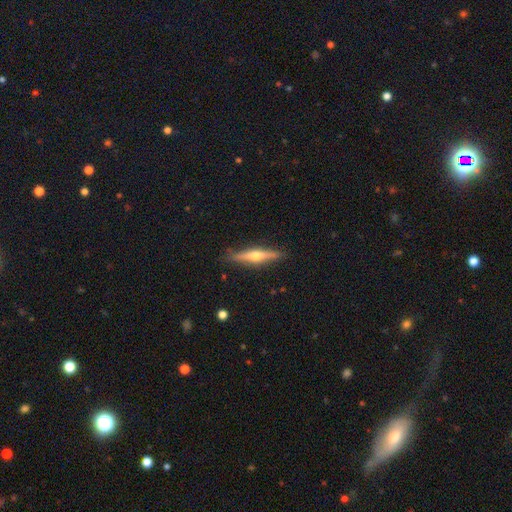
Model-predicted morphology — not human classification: smooth_or_featured: featured or disk (p=0.67) [alt: smooth p=0.28]
disk_edge_on: yes (p=0.97) [alt: no p=0.03]
edge_on_bulge: rounded (p=0.91) [alt: none p=0.05]
merging: none (p=0.89) [alt: minor disturbance p=0.09]